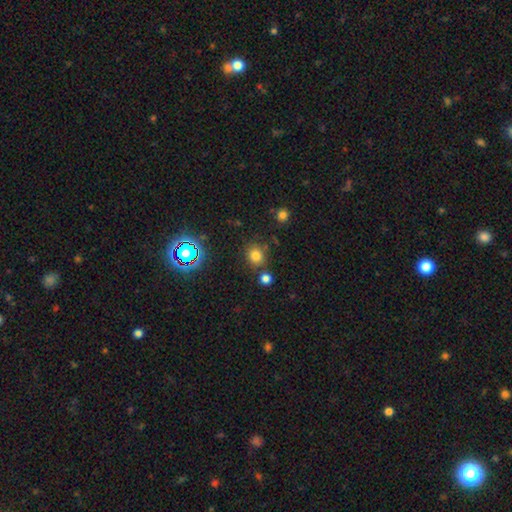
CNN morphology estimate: Smooth or featured? smooth (73%)
How rounded? round (81%)
Merging? none (77%)